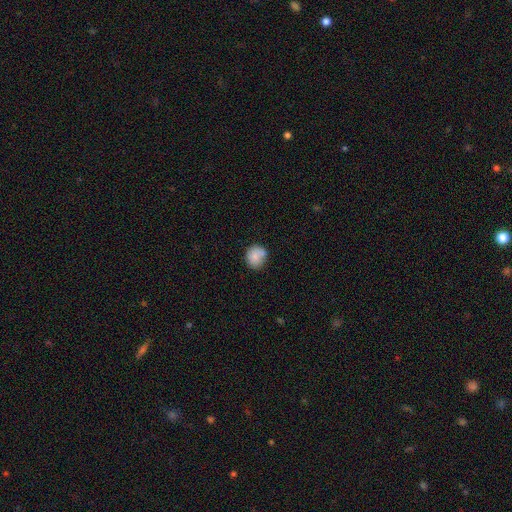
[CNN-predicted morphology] Smooth or featured? smooth (80%)
How rounded? round (78%)
Merging? none (60%)